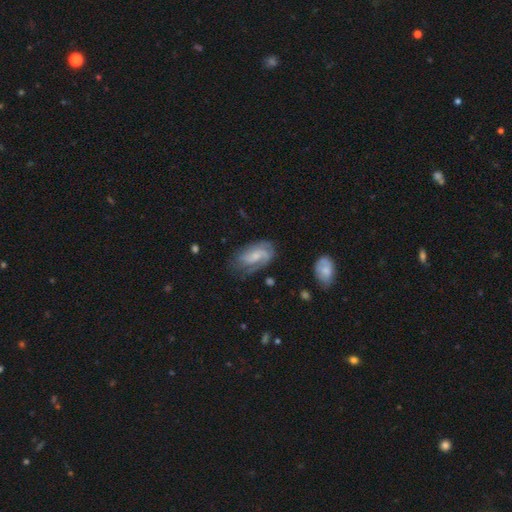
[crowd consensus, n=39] smooth-or-featured: featured or disk: 64% | smooth: 23% | star or artifact: 13%
  disk-edge-on: no: 96% | yes: 4%
    bar: no: 58% | weak: 42% | strong: 0%
    has-spiral-arms: yes: 92% | no: 8%
      spiral-winding: tight: 45% | medium: 41% | loose: 14%
      spiral-arm-count: 2: 36% | can't tell: 32% | 1: 23% | 3: 9% | 4: 0% | more than 4: 0%
    bulge-size: small: 62% | moderate: 21% | none: 17% | dominant: 0% | large: 0%
  merging: none: 53% | minor disturbance: 24% | major disturbance: 24% | merger: 0%